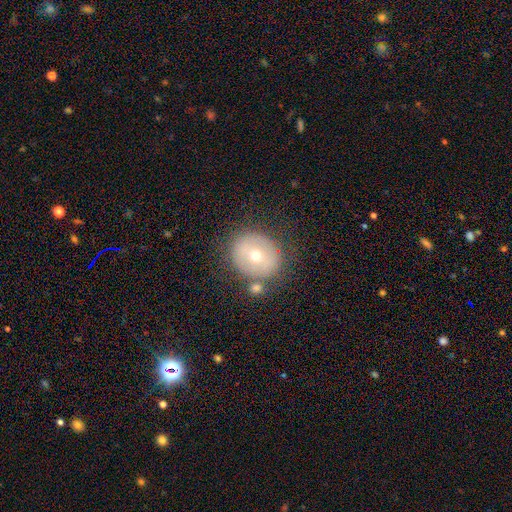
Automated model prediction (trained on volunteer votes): Smooth or featured? Predicted: smooth (p=0.53). How rounded? Predicted: round (p=0.79). Merging? Predicted: none (p=0.75).